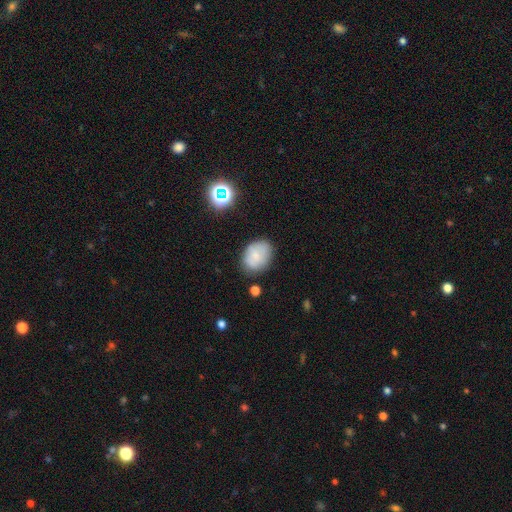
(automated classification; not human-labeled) This is likely a smooth galaxy (75%). How rounded: likely in between (70%). Merging: likely none (72%).